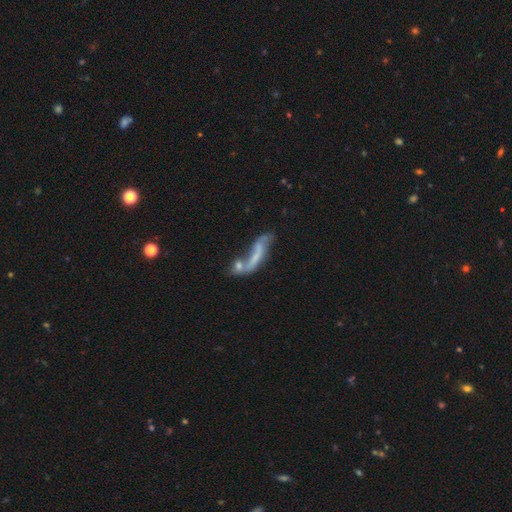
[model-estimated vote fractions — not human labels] Smooth or featured?
  - featured or disk: 57% *
  - smooth: 33%
  - star or artifact: 10%
Edge-on disk?
  - no: 74% *
  - yes: 26%
Merging?
  - merger: 44% *
  - none: 23%
  - major disturbance: 20%
  - minor disturbance: 14%